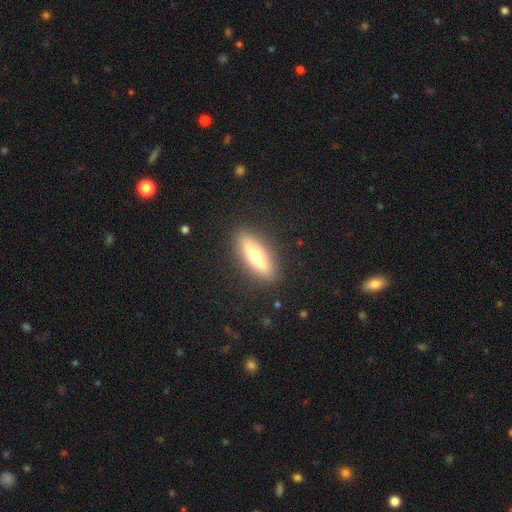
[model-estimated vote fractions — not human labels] Q: Smooth or featured?
A: smooth (57%); runner-up: featured or disk (36%)
Q: How rounded?
A: cigar-shaped (55%); runner-up: in between (42%)
Q: Merging?
A: none (89%); runner-up: minor disturbance (8%)